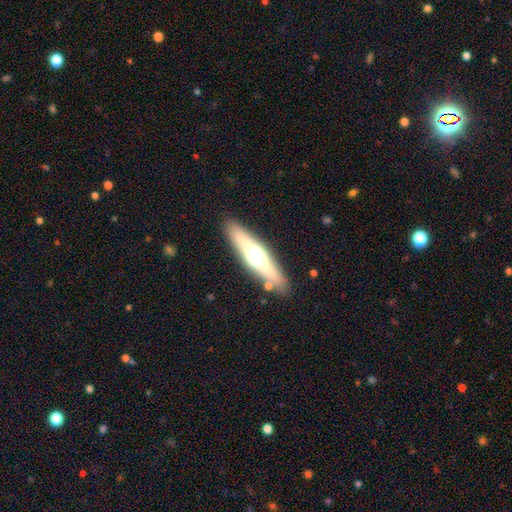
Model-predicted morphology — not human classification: smooth-or-featured: featured or disk: 58% | smooth: 35% | star or artifact: 8%
  disk-edge-on: yes: 91% | no: 9%
    edge-on-bulge: rounded: 92% | boxy: 5% | none: 3%
  merging: none: 86% | minor disturbance: 9% | merger: 3% | major disturbance: 3%